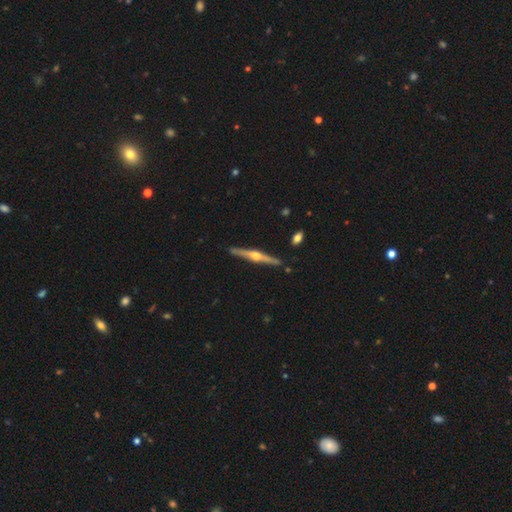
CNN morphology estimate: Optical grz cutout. It shows a featured or disk galaxy (83%) viewed edge-on (98%) with a rounded central bulge (93%). Merging: none (90%).